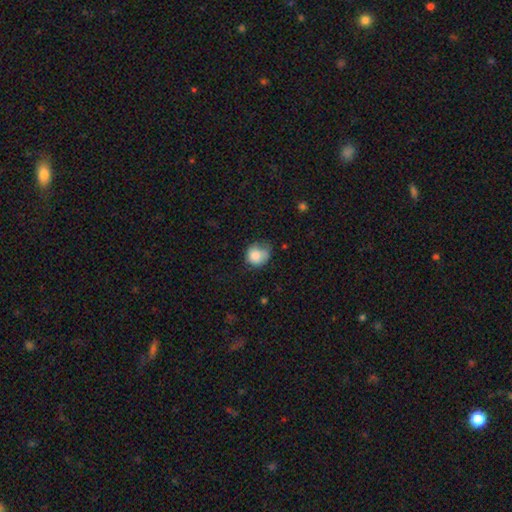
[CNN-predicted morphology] A smooth galaxy with no disk features (81%) that is round (73%).

Vote fractions:
- Smooth or featured? smooth: 81% / featured or disk: 10% / star or artifact: 9%
- How rounded? round: 73% / in between: 26% / cigar-shaped: 1%
- Merging? none: 41% / minor disturbance: 39% / major disturbance: 16% / merger: 4%